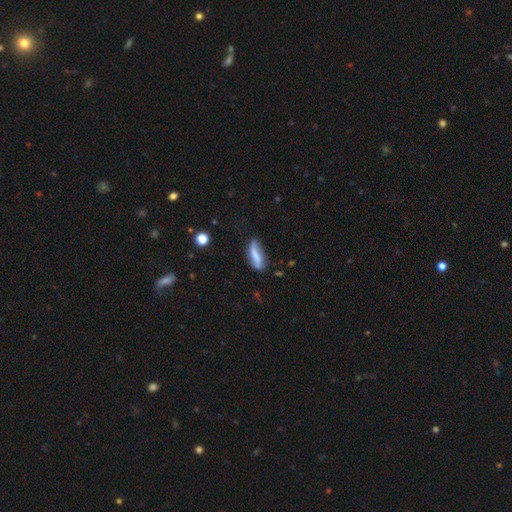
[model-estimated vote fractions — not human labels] This appears to be a smooth galaxy with no disk features (63%) that is in between round and cigar-shaped (59%). Merging: none (62%).